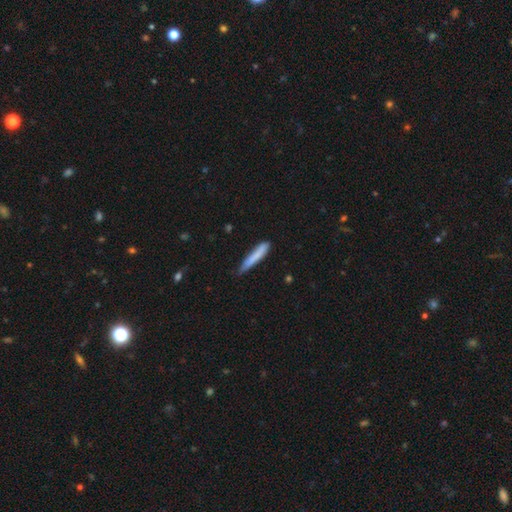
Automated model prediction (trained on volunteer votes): The model was most divided on "merging": none: 66%, minor disturbance: 27%, major disturbance: 4%, merger: 3%. More confident: how rounded — cigar-shaped (93%); smooth or featured — smooth (77%).